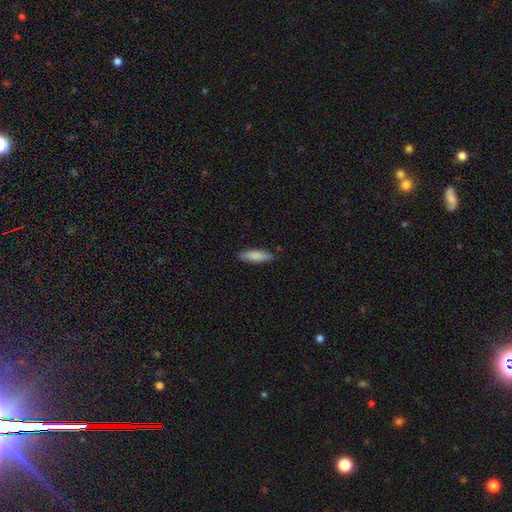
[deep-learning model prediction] Smooth or featured? smooth (85%)
How rounded? cigar-shaped (50%)
Merging? none (85%)